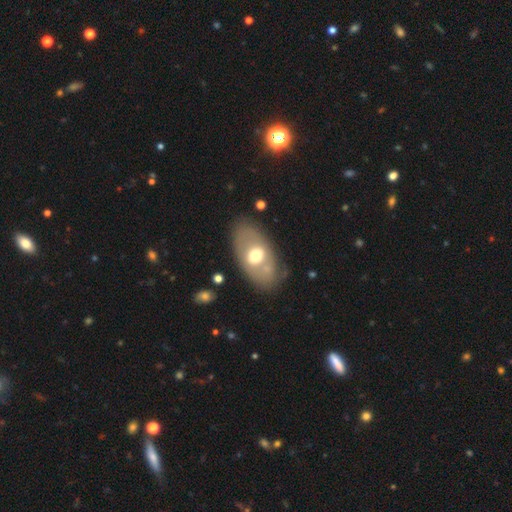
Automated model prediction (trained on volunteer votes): smooth 51%, featured or disk 42%, star or artifact 7%. Down the decision tree: how rounded — in between (89%); merging — none (71%).